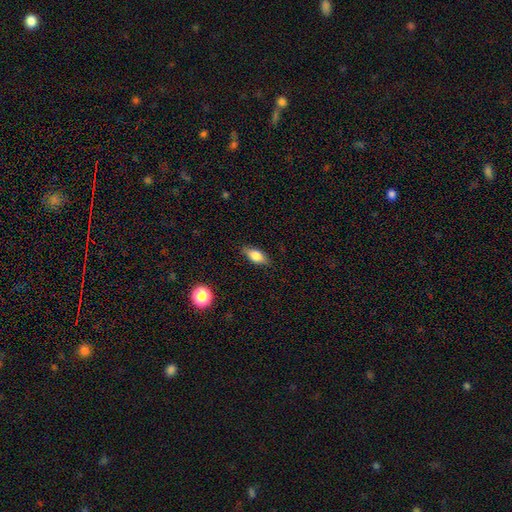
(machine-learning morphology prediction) Smooth or featured? smooth (73%)
How rounded? in between (79%)
Merging? none (83%)